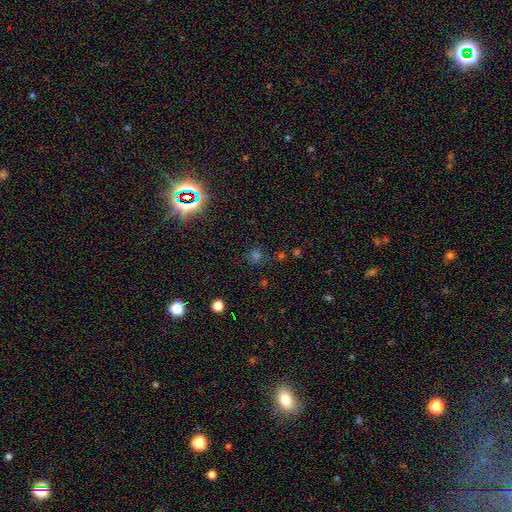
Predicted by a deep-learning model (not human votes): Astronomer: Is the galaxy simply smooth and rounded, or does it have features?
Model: smooth — 49% (runner-up: star or artifact, 44%).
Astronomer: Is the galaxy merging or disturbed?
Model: none — 83%.